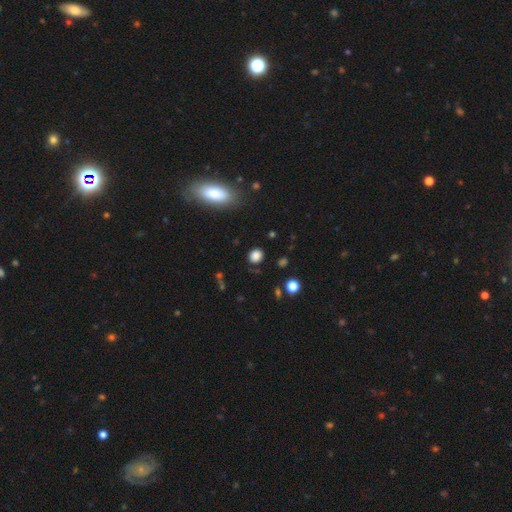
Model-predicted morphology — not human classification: Overall: smooth (84%). How rounded: round (76%). Merging: none (86%).